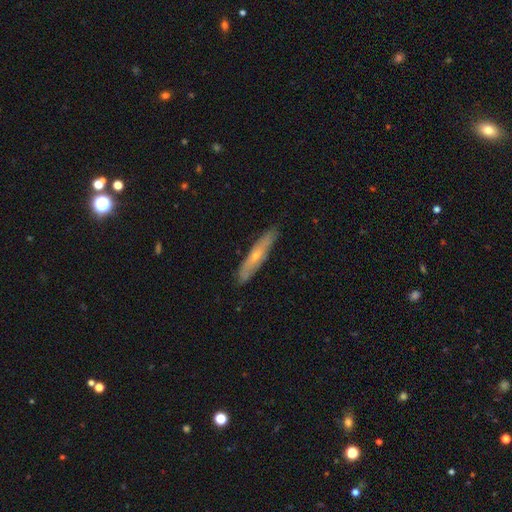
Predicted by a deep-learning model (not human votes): Smooth or featured?
  - featured or disk: 53% *
  - smooth: 41%
  - star or artifact: 6%
Edge-on disk?
  - yes: 74% *
  - no: 26%
Merging?
  - none: 86% *
  - minor disturbance: 11%
  - major disturbance: 2%
  - merger: 1%